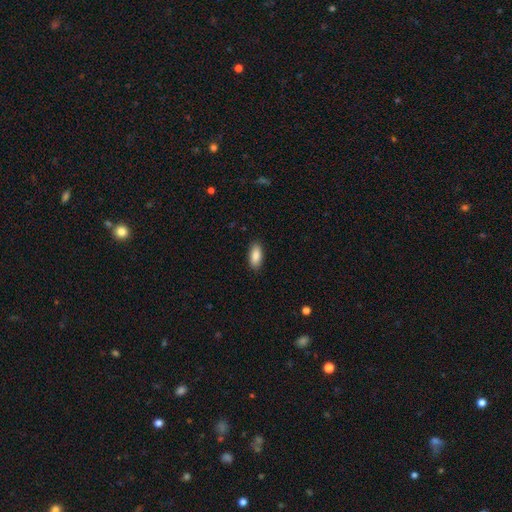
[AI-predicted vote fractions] Smooth or featured? Predicted: smooth (p=0.88). How rounded? Predicted: in between (p=0.88). Merging? Predicted: none (p=0.88).